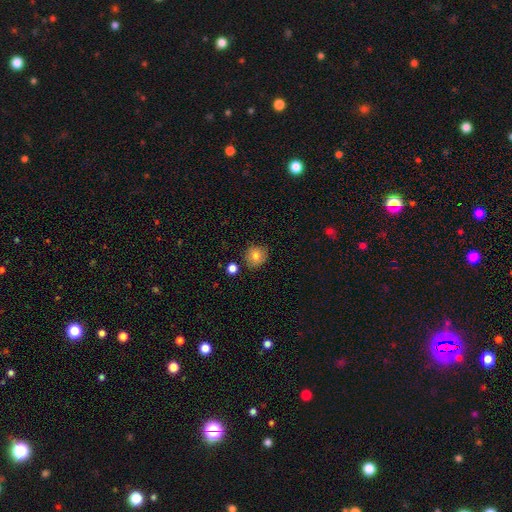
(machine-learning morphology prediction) A smooth galaxy with no disk features (78%) that is round (86%).

Vote fractions:
- Smooth or featured? smooth: 78% / featured or disk: 11% / star or artifact: 10%
- How rounded? round: 86% / in between: 13% / cigar-shaped: 1%
- Merging? none: 83% / minor disturbance: 11% / merger: 4% / major disturbance: 2%